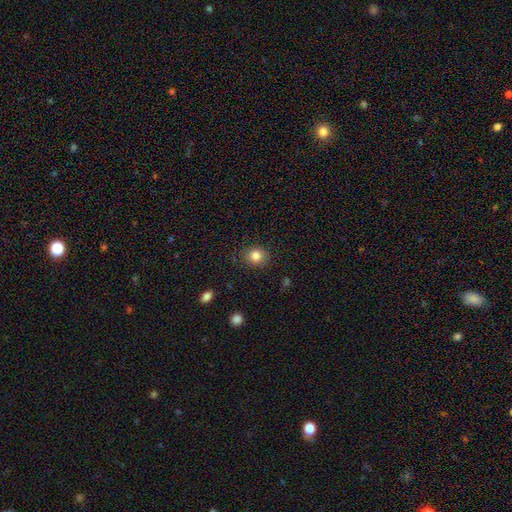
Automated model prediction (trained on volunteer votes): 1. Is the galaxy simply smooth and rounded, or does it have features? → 83% smooth, 11% star or artifact, 6% featured or disk.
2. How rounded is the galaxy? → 74% round, 25% in between, 1% cigar-shaped.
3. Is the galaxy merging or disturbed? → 86% none, 11% minor disturbance, 3% major disturbance, 1% merger.